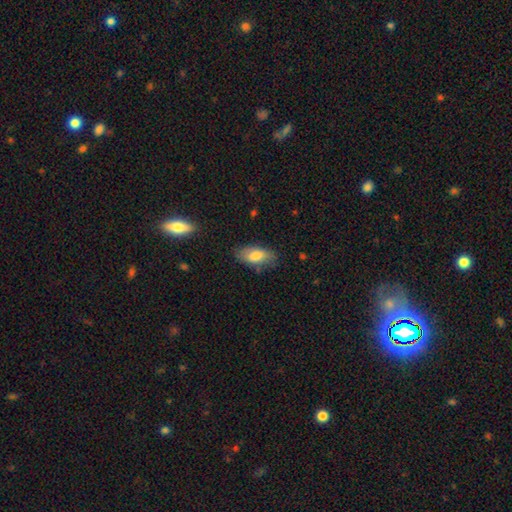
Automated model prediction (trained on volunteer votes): Smooth or featured: smooth — 80% (featured or disk — 14%)
How rounded: in between — 90% (cigar-shaped — 7%)
Merging: none — 74% (minor disturbance — 19%)